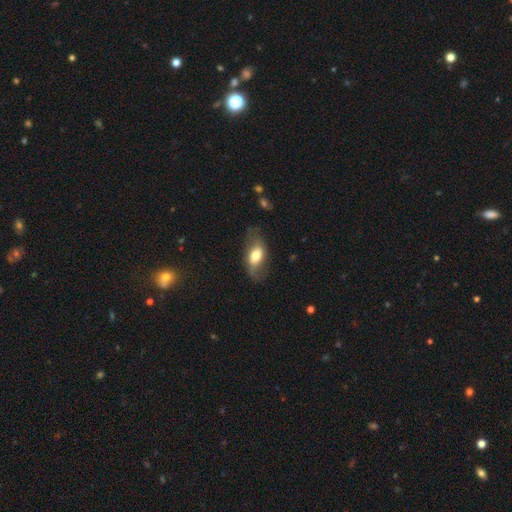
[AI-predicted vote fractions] Overall: smooth (60%; featured or disk 33%). How rounded: in between (86%). Merging: none (62%; minor disturbance 24%).